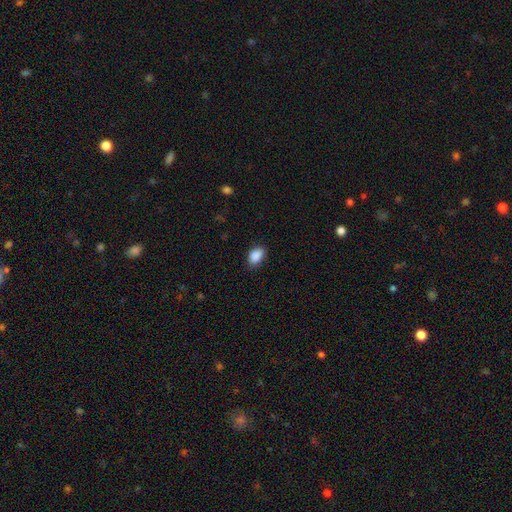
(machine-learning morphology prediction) This appears to be a smooth galaxy with no disk features (89%) that is in between round and cigar-shaped (86%). Merging: none (81%).